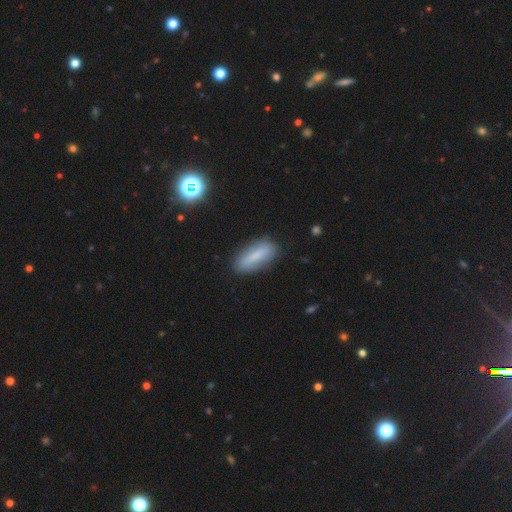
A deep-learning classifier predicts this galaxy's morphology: The model was most divided on "how rounded": in between: 62%, cigar-shaped: 36%, round: 2%. More confident: merging — none (82%); smooth or featured — smooth (72%).